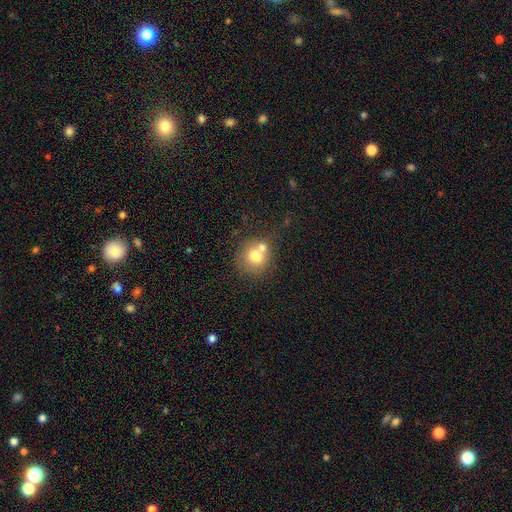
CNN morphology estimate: Overall: smooth (72%). How rounded: round (85%). Merging: none (42%; merger 41%).